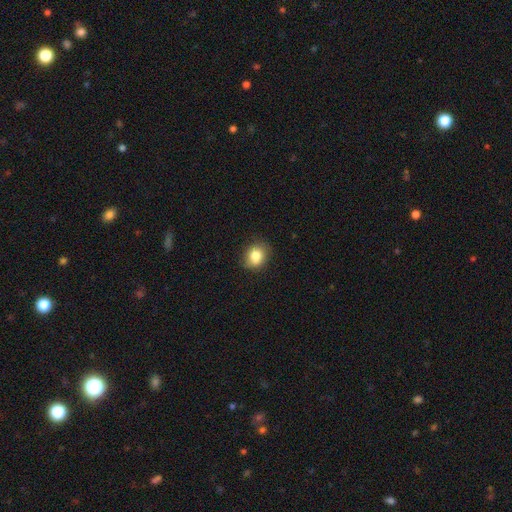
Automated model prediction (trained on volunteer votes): Smooth or featured?
  - smooth: 83% *
  - star or artifact: 9%
  - featured or disk: 8%
How rounded?
  - round: 59% *
  - in between: 40%
  - cigar-shaped: 1%
Merging?
  - none: 81% *
  - minor disturbance: 15%
  - major disturbance: 3%
  - merger: 1%